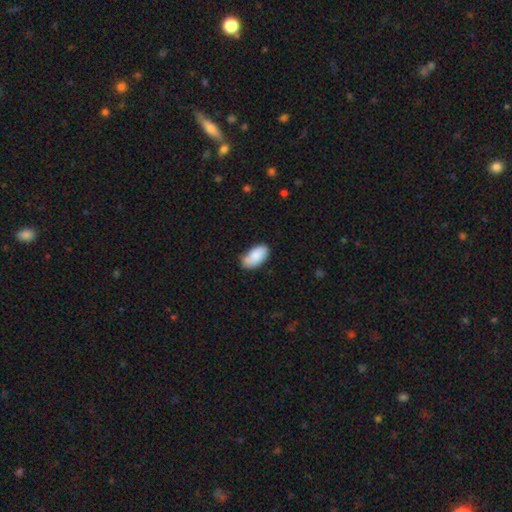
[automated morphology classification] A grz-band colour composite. It shows a smooth galaxy with no disk features (85%) that is in between round and cigar-shaped (95%). Merging: none (67%).